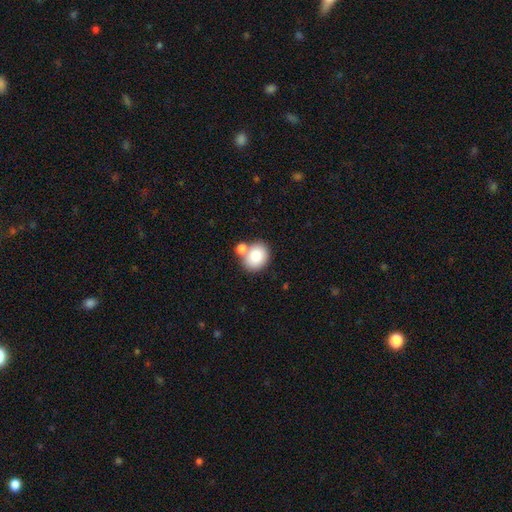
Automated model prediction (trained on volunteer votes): Smooth or featured? smooth (80%)
How rounded? round (65%)
Merging? none (56%)